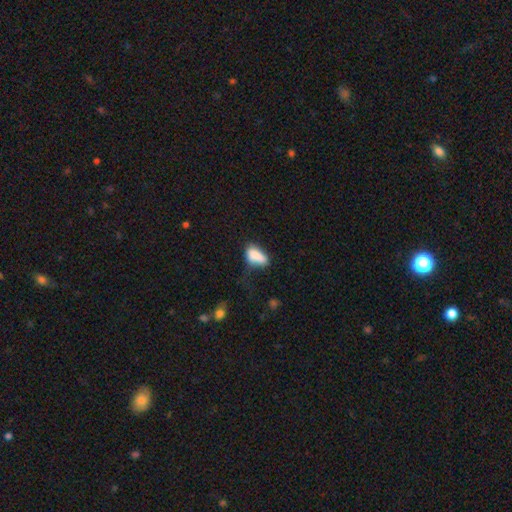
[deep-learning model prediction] smooth-or-featured: smooth: 81% | featured or disk: 11% | star or artifact: 8%
  how-rounded: in between: 87% | cigar-shaped: 9% | round: 4%
  merging: minor disturbance: 35% | none: 34% | major disturbance: 22% | merger: 9%